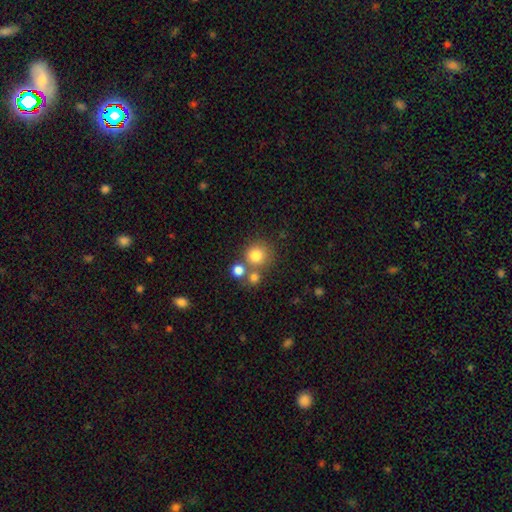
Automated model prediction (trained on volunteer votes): A smooth galaxy with no disk features (78%) that is round (91%). Merging: none (64%).